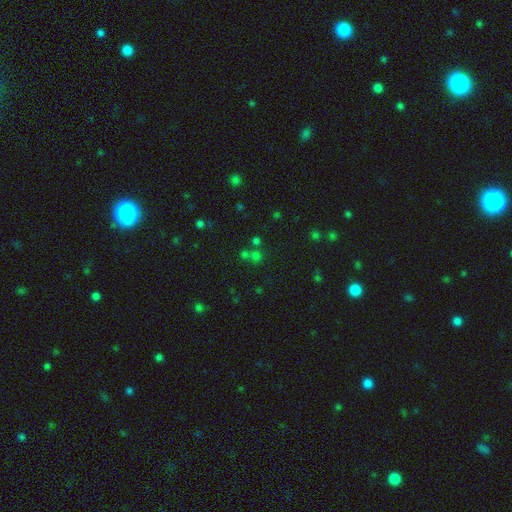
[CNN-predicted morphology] The model was most divided on "smooth or featured": smooth: 50%, star or artifact: 40%, featured or disk: 10%. More confident: how rounded — round (85%); merging — none (57%).